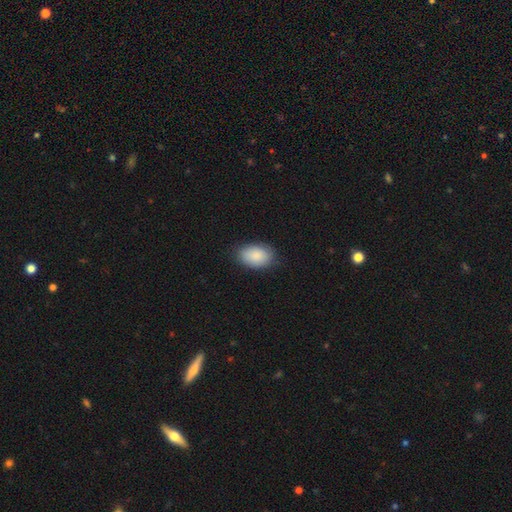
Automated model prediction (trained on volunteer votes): The model was most divided on "merging": none: 82%, minor disturbance: 14%, major disturbance: 3%, merger: 1%. More confident: how rounded — in between (88%); smooth or featured — smooth (88%).